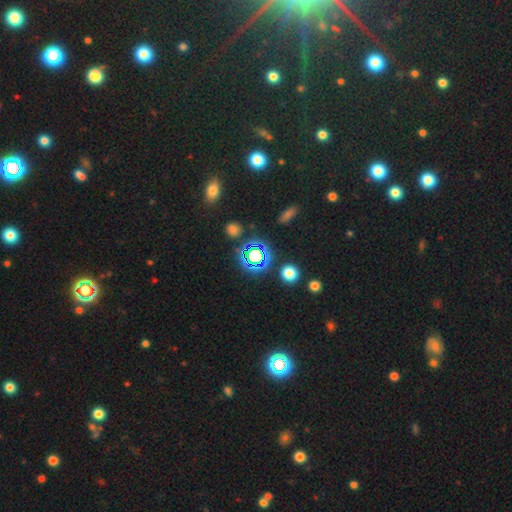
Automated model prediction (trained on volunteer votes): Smooth or featured: star or artifact — 63% (smooth — 26%)